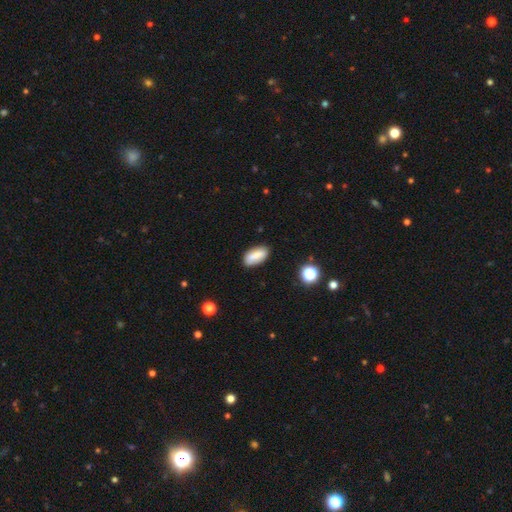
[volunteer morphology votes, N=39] Smooth or featured? smooth (82%)
How rounded? in between (94%)
Merging? none (75%)